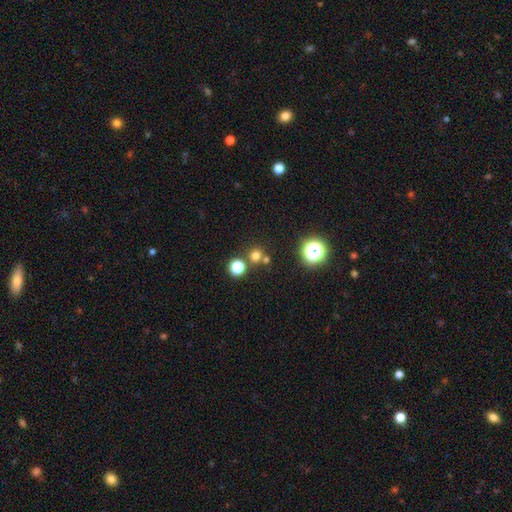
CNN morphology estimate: This is likely a smooth galaxy (68%). How rounded: clearly round (92%). Merging: likely none (71%).